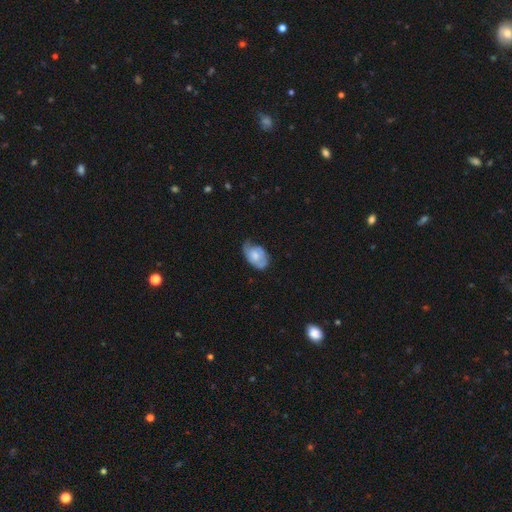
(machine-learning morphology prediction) A featured or disk galaxy (48%). Merging: none (45%).